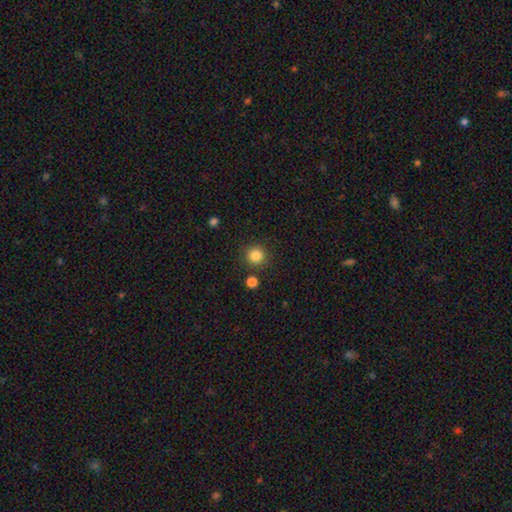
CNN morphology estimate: This appears to be a smooth galaxy with no disk features (85%) that is round (94%). Merging: none (86%).